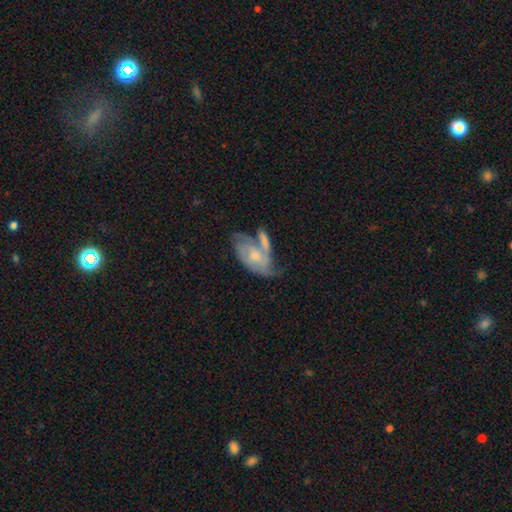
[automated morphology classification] featured or disk 64%, smooth 30%, star or artifact 6%. Down the decision tree: edge-on disk — no (93%); bar — no (72%); spiral arms — yes (80%); bulge size — moderate (46%); merging — merger (34%).